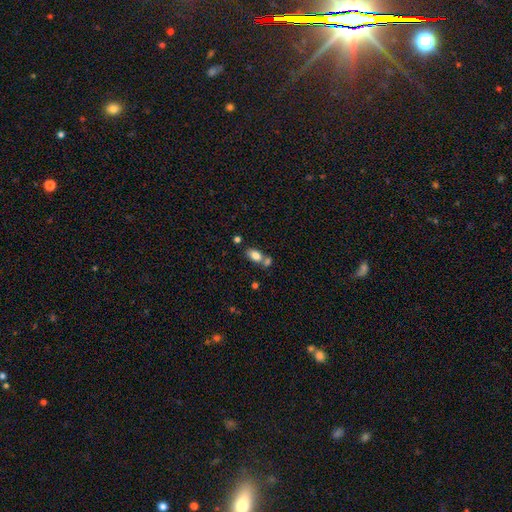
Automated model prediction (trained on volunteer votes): smooth-or-featured: smooth: 80% | featured or disk: 11% | star or artifact: 9%
  how-rounded: in between: 89% | round: 8% | cigar-shaped: 3%
  merging: none: 49% | merger: 35% | minor disturbance: 12% | major disturbance: 4%